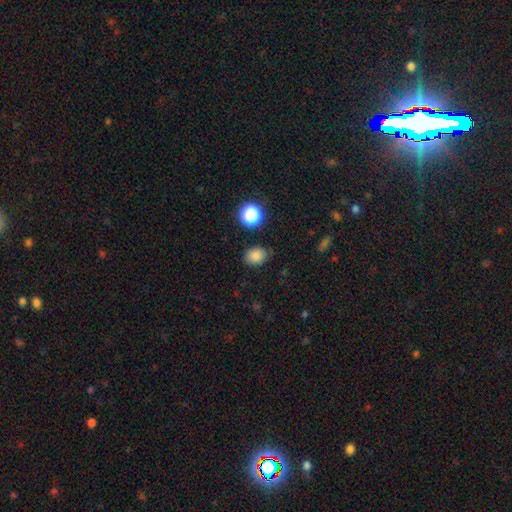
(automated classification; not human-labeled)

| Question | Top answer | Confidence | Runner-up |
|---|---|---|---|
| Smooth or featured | smooth | 82% | star or artifact (13%) |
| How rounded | in between | 58% | round (41%) |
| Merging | none | 78% | minor disturbance (17%) |